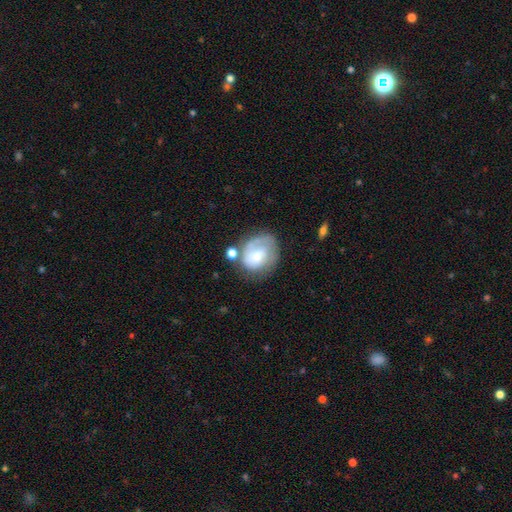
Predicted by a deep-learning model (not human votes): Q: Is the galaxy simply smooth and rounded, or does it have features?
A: smooth — 49%.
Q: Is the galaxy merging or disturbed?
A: none — 46%.